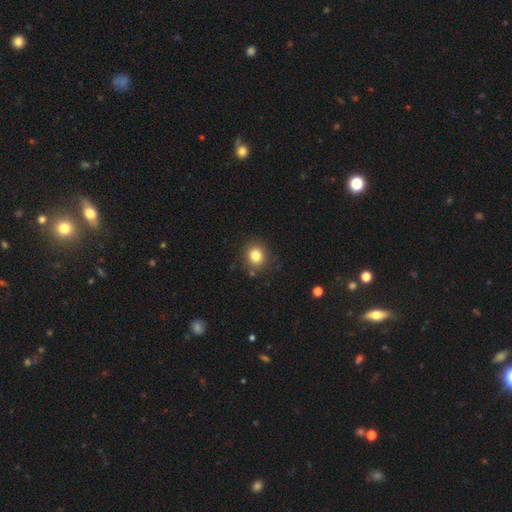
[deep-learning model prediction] Smooth or featured: smooth — 82% (star or artifact — 12%)
How rounded: round — 81% (in between — 18%)
Merging: none — 85% (minor disturbance — 9%)